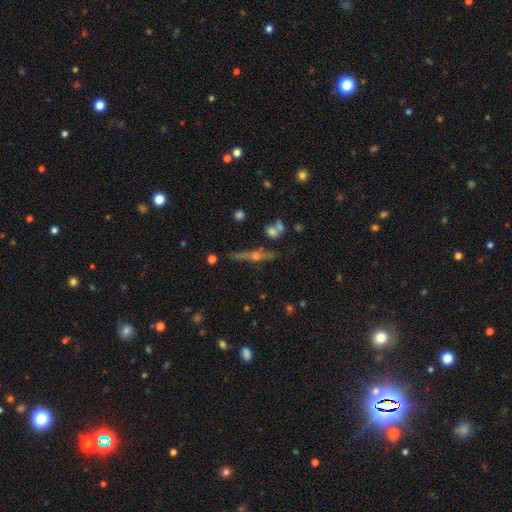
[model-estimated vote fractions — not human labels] This appears to be a featured or disk galaxy (73%) viewed edge-on (95%) with a rounded central bulge (90%). Merging: none (81%).